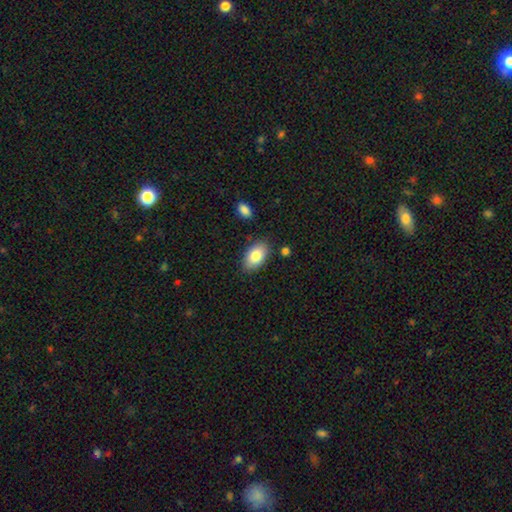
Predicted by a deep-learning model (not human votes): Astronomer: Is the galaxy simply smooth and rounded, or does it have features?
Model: smooth — 82%.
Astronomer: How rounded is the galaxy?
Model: in between — 94%.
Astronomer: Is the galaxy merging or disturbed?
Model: none — 83%.